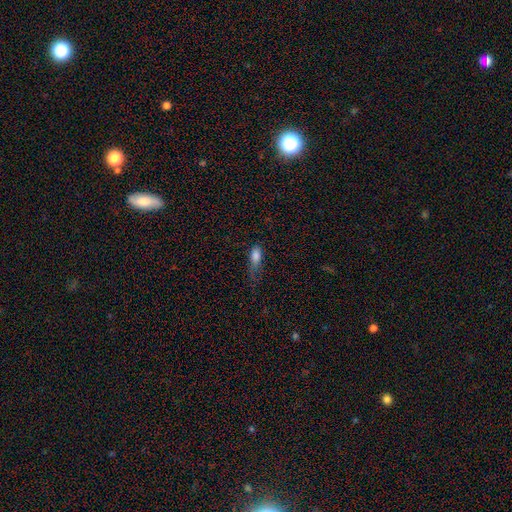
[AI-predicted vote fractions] The model was most divided on "merging": minor disturbance: 37%, none: 34%, major disturbance: 27%, merger: 2%. More confident: smooth or featured — smooth (81%); how rounded — in between (79%).